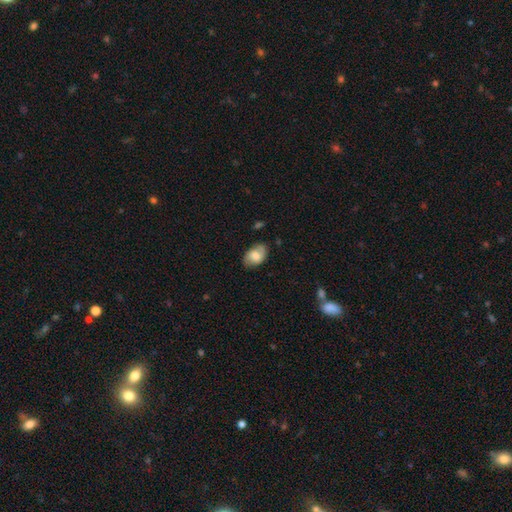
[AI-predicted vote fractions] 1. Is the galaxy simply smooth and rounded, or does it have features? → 65% smooth, 27% featured or disk, 7% star or artifact.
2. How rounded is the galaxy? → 87% in between, 12% round, 1% cigar-shaped.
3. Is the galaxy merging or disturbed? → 74% none, 20% minor disturbance, 4% major disturbance, 2% merger.